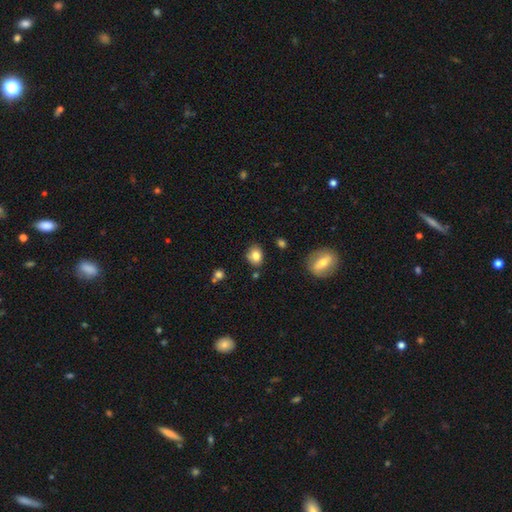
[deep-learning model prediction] smooth 81%, star or artifact 10%, featured or disk 9%. Down the decision tree: how rounded — round (51%); merging — none (76%).